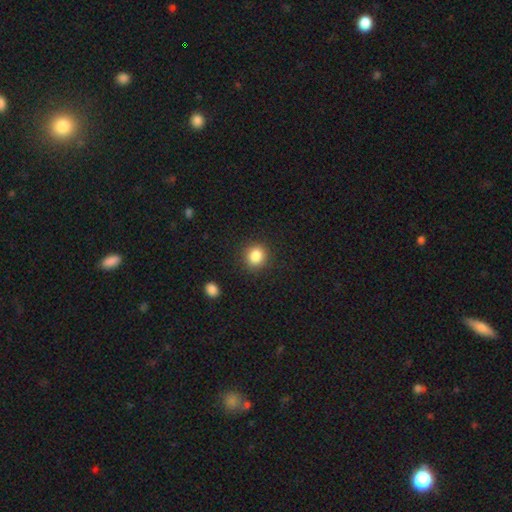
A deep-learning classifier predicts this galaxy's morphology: This appears to be a smooth galaxy with no disk features (85%) that is round (83%). Merging: none (89%).